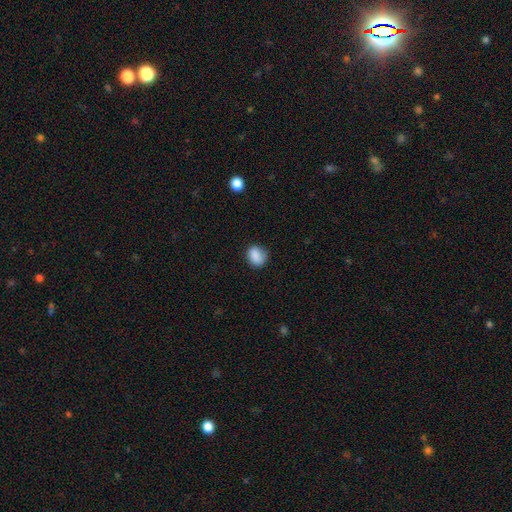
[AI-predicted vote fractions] smooth 86%, star or artifact 9%, featured or disk 5%. Down the decision tree: how rounded — round (55%); merging — none (75%).